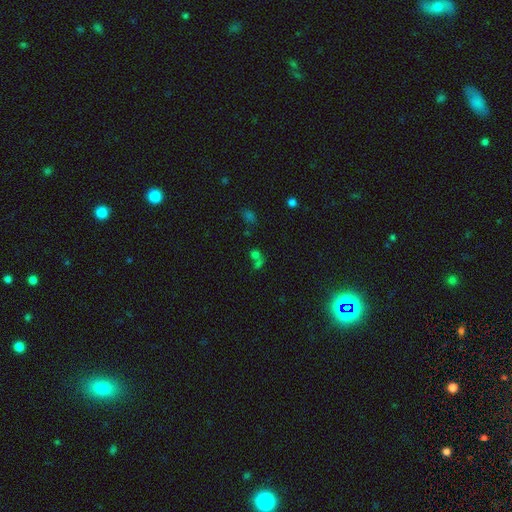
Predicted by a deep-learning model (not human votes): Overall: smooth (58%; star or artifact 31%). How rounded: round (63%; in between 34%). Merging: merger (49%; none 37%).